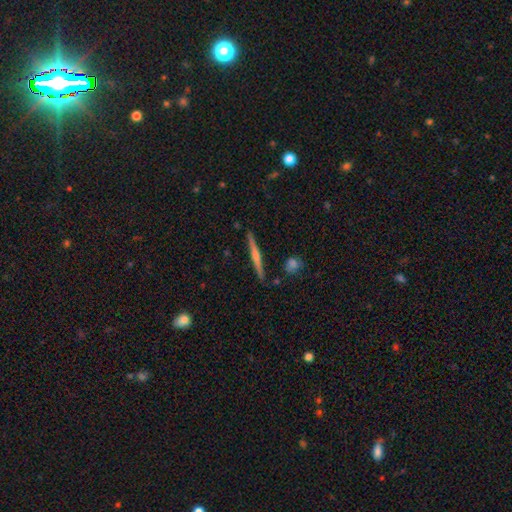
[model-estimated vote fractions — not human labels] Morphology: type=featured or disk (75%); edge-on=yes (98%); edge-on bulge=rounded (78%); merging=none (91%).